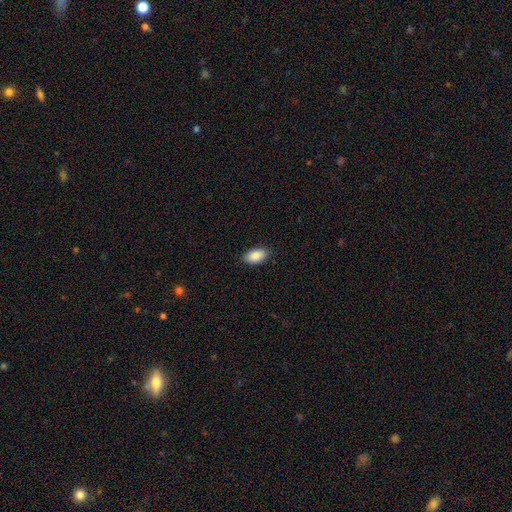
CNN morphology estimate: Overall: smooth (89%). How rounded: in between (94%). Merging: none (87%).